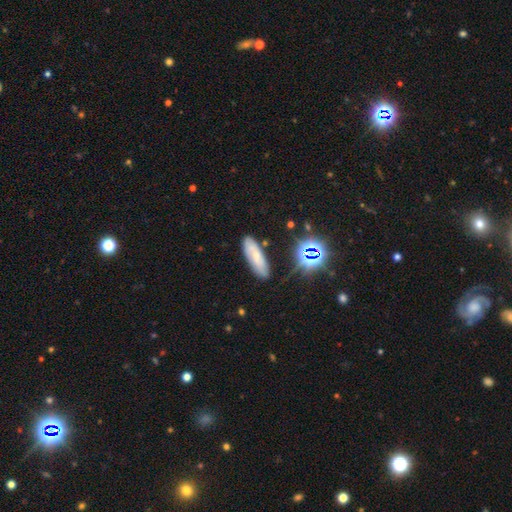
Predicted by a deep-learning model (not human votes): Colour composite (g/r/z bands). It shows a smooth galaxy with no disk features (54%) that is in between round and cigar-shaped (56%). Merging: none (73%).